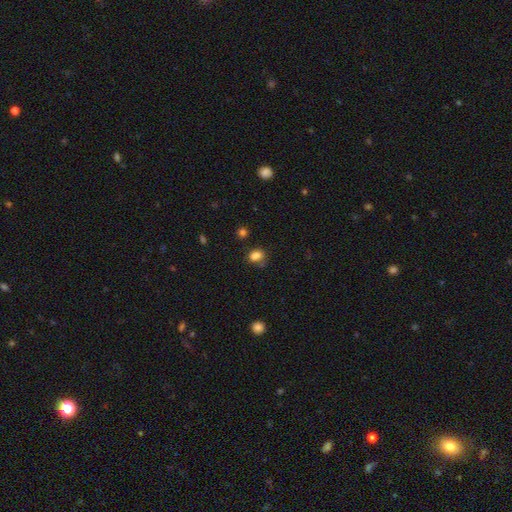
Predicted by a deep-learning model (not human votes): A smooth galaxy with no disk features (80%) that is in between round and cigar-shaped (67%). Merging: none (62%).